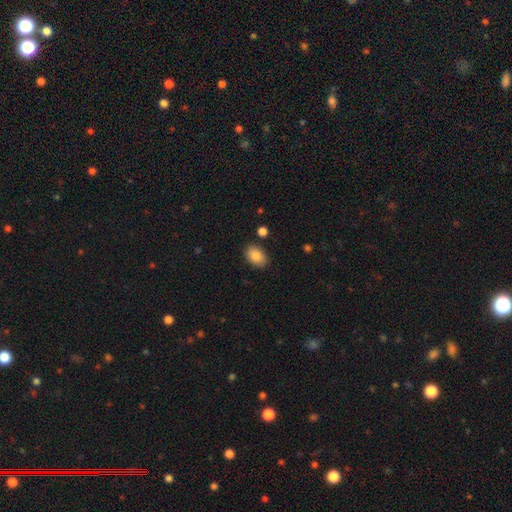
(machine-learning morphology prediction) smooth 87%, star or artifact 7%, featured or disk 5%. Down the decision tree: how rounded — in between (86%); merging — none (84%).